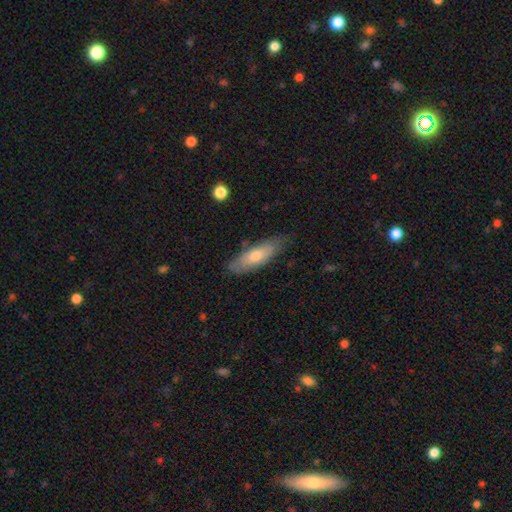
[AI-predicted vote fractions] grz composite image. It shows a smooth galaxy with no disk features (50%) that is cigar-shaped (51%). Merging: none (79%).